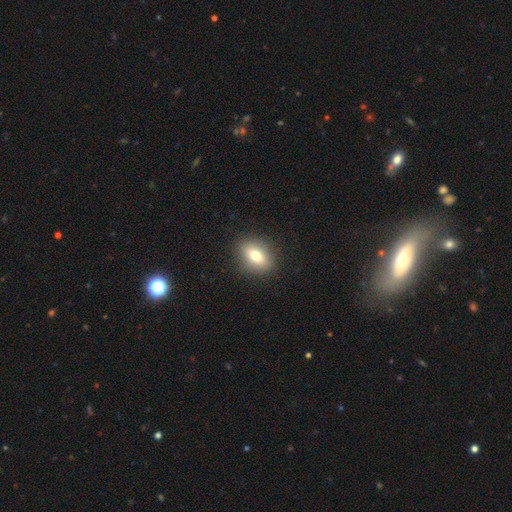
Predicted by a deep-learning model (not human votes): Overall: smooth (73%). How rounded: in between (66%; round 31%). Merging: none (88%).